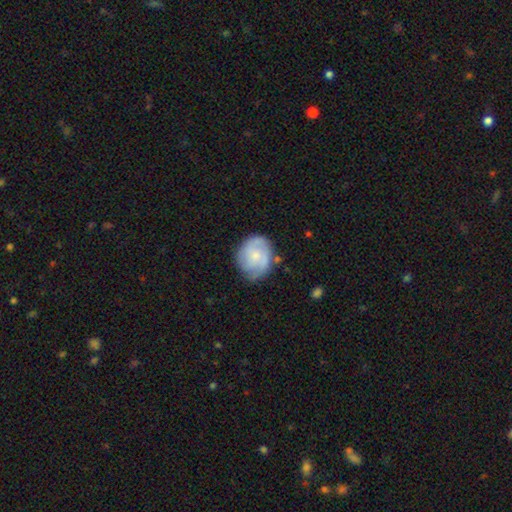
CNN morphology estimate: A featured or disk galaxy (47%, tied with smooth).

Vote fractions:
- Smooth or featured? featured or disk: 47% (tied) / smooth: 47% (tied) / star or artifact: 6%
- Merging? none: 60% / minor disturbance: 28% / major disturbance: 9% / merger: 3%